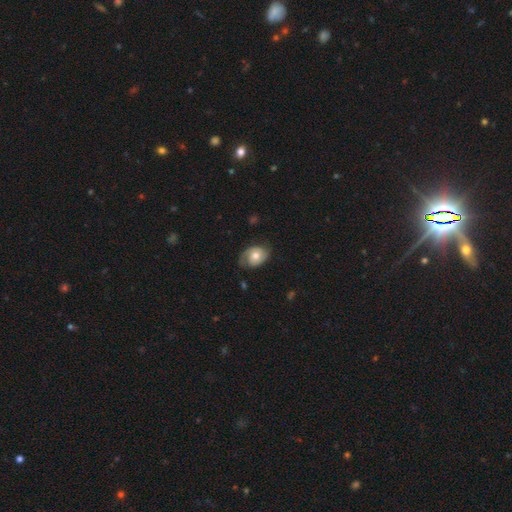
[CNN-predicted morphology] Overall: featured or disk (53%; smooth 40%). Edge-on disk: no (96%). Bar: no (77%). Spiral arms: yes (81%). Bulge size: moderate (70%). Merging: none (62%; minor disturbance 25%).